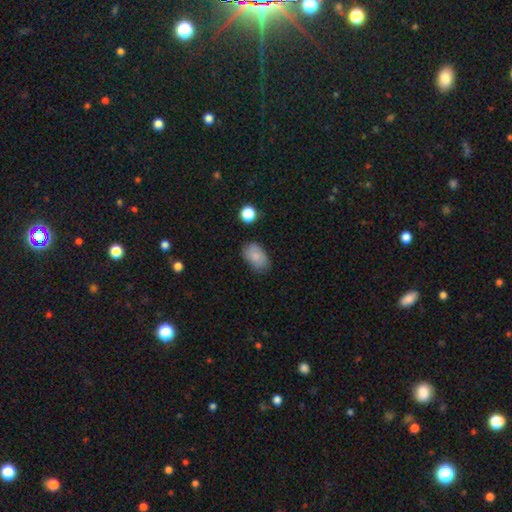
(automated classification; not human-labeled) Smooth or featured: smooth — 82% (featured or disk — 9%)
How rounded: in between — 90% (round — 9%)
Merging: none — 75% (minor disturbance — 19%)